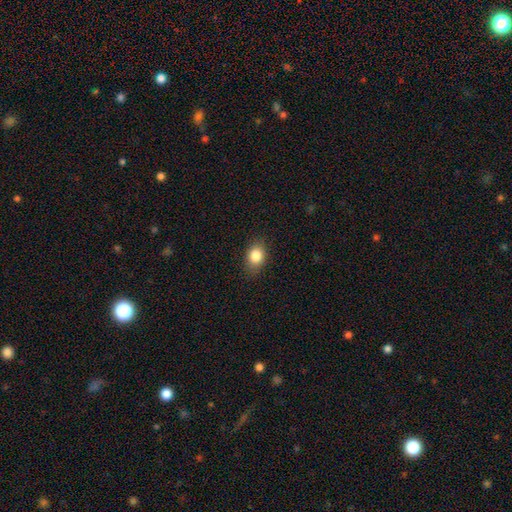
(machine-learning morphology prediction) smooth-or-featured: smooth: 84% | star or artifact: 9% | featured or disk: 7%
  how-rounded: in between: 66% | round: 32% | cigar-shaped: 2%
  merging: none: 83% | minor disturbance: 13% | major disturbance: 3% | merger: 1%